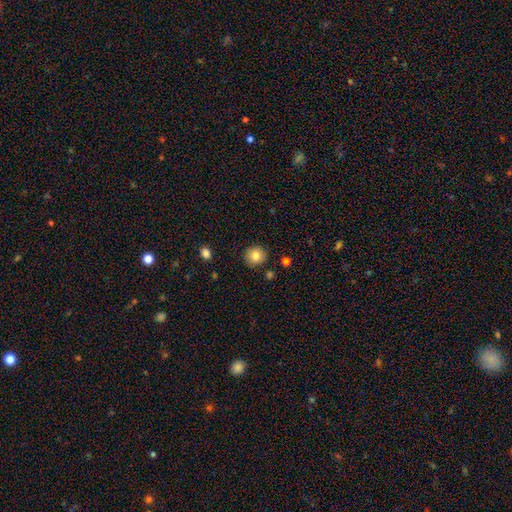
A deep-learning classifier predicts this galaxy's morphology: The model was most divided on "smooth or featured": smooth: 82%, star or artifact: 9%, featured or disk: 8%. More confident: how rounded — round (90%); merging — none (89%).